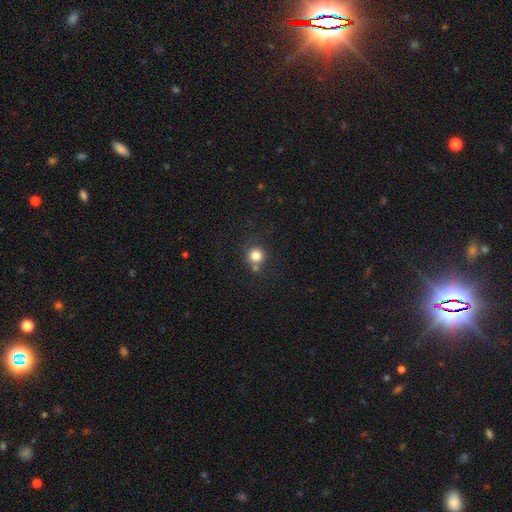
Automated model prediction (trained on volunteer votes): Q: Smooth or featured?
A: smooth (82%); runner-up: star or artifact (12%)
Q: How rounded?
A: round (92%); runner-up: in between (7%)
Q: Merging?
A: none (70%); runner-up: merger (16%)